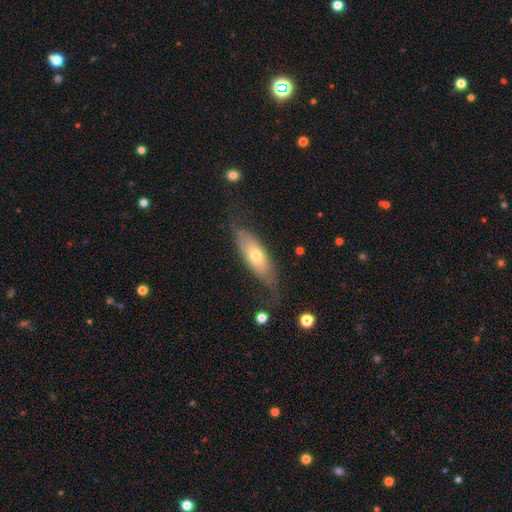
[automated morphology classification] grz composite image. It shows a smooth galaxy with no disk features (51%) that is in between round and cigar-shaped (67%). Merging: none (60%).